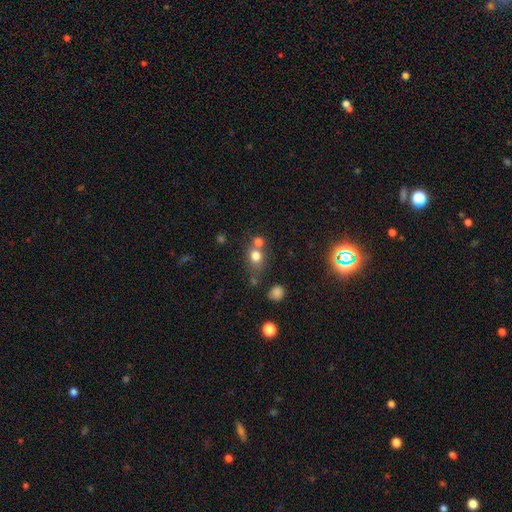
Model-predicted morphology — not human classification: Smooth or featured? Predicted: smooth (p=0.75). How rounded? Predicted: round (p=0.70). Merging? Predicted: none (p=0.48).